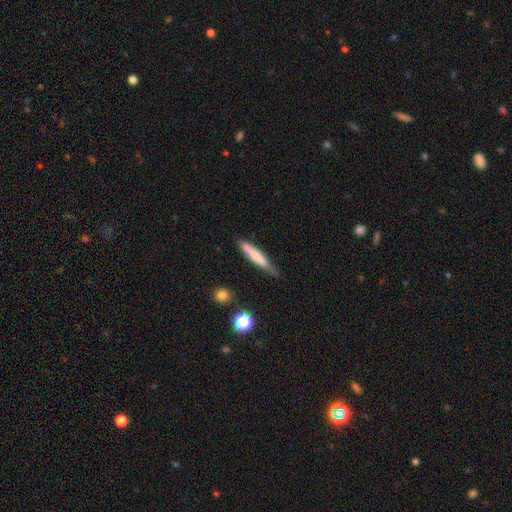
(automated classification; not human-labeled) A smooth galaxy with no disk features (64%) that is cigar-shaped (88%). Merging: none (62%).